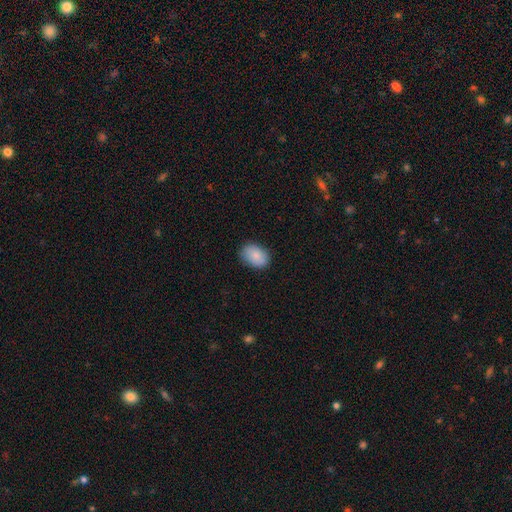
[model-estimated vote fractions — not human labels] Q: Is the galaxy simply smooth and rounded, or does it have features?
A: smooth — 86%.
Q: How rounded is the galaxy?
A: in between — 81%.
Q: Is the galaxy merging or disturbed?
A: none — 84%.